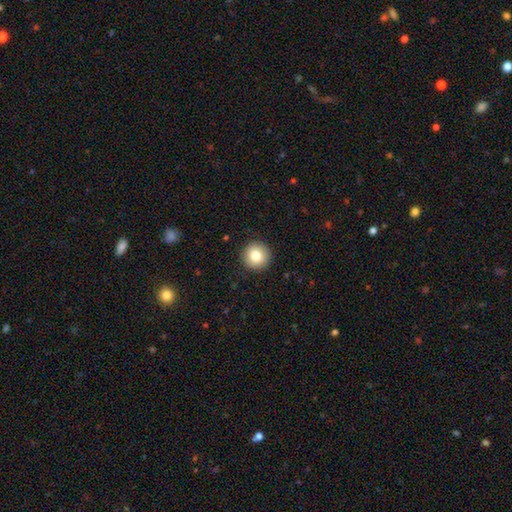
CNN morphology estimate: Q: Smooth or featured?
A: smooth (82%); runner-up: star or artifact (9%)
Q: How rounded?
A: round (95%); runner-up: in between (4%)
Q: Merging?
A: none (92%); runner-up: minor disturbance (5%)